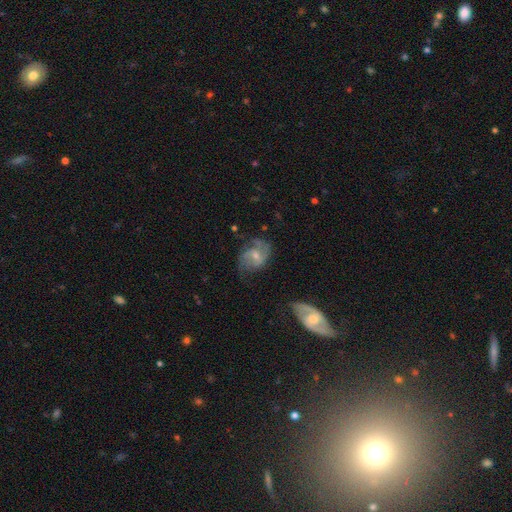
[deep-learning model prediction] featured or disk 72%, smooth 21%, star or artifact 7%. Down the decision tree: edge-on disk — no (97%); bar — weak (50%); spiral arms — yes (89%); spiral arm count — 2 (63%); spiral winding — medium (46%); bulge size — small (49%); merging — none (56%).